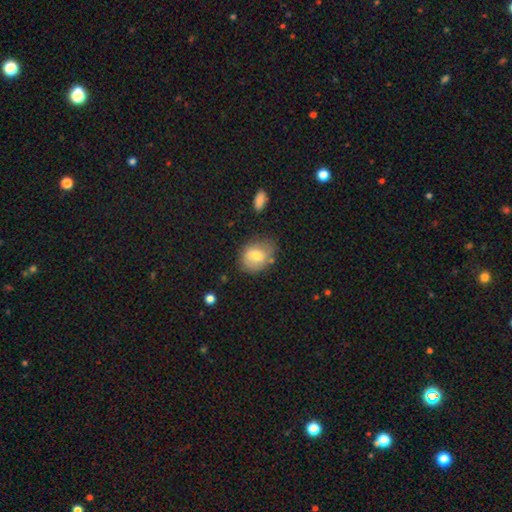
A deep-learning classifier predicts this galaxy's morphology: smooth-or-featured: smooth: 72% | featured or disk: 20% | star or artifact: 8%
  how-rounded: in between: 54% | round: 45% | cigar-shaped: 1%
  merging: none: 67% | minor disturbance: 23% | major disturbance: 6% | merger: 4%